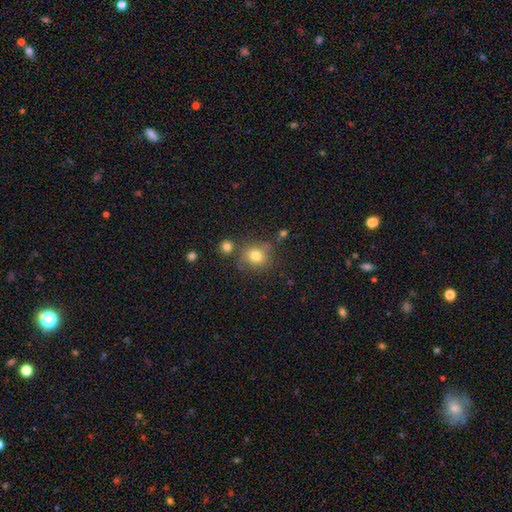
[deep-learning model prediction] Q: Smooth or featured?
A: smooth (78%); runner-up: star or artifact (12%)
Q: How rounded?
A: round (82%); runner-up: in between (17%)
Q: Merging?
A: none (73%); runner-up: minor disturbance (14%)